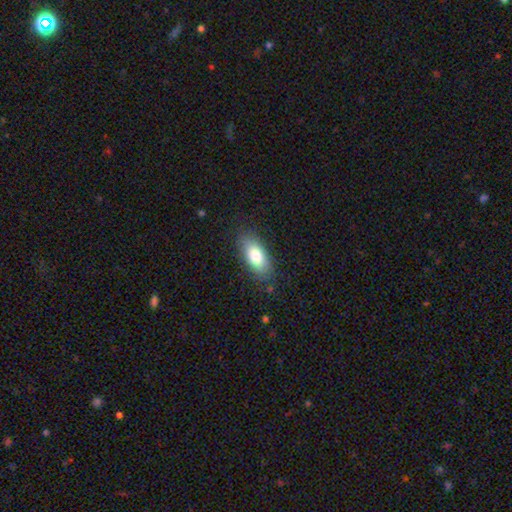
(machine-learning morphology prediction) Overall: smooth (78%). How rounded: in between (87%). Merging: none (82%).